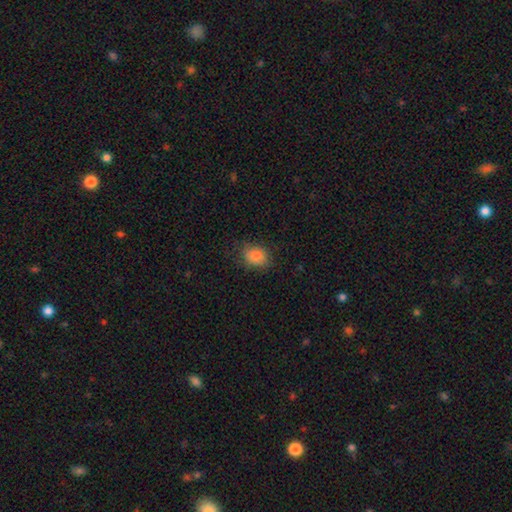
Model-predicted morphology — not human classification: A smooth galaxy with no disk features (85%) that is in between round and cigar-shaped (59%). Merging: none (75%).